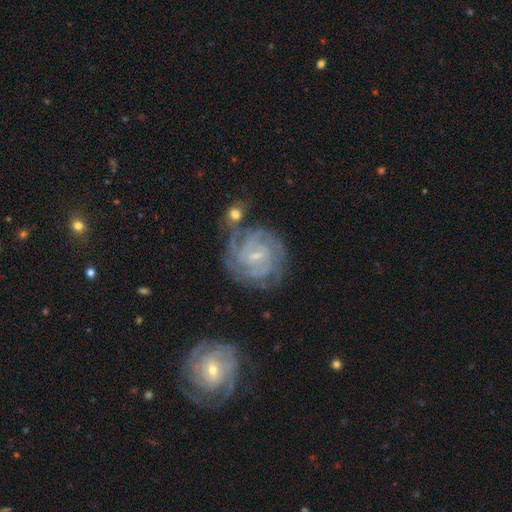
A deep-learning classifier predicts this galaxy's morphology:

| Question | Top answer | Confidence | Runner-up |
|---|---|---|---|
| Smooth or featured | featured or disk | 87% | smooth (7%) |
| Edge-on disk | no | 97% | yes (3%) |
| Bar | weak | 55% | no (27%) |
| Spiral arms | yes | 97% | no (3%) |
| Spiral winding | tight | 75% | medium (22%) |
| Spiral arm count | can't tell | 27% | 4 (24%) |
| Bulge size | small | 75% | moderate (17%) |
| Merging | none | 65% | minor disturbance (17%) |